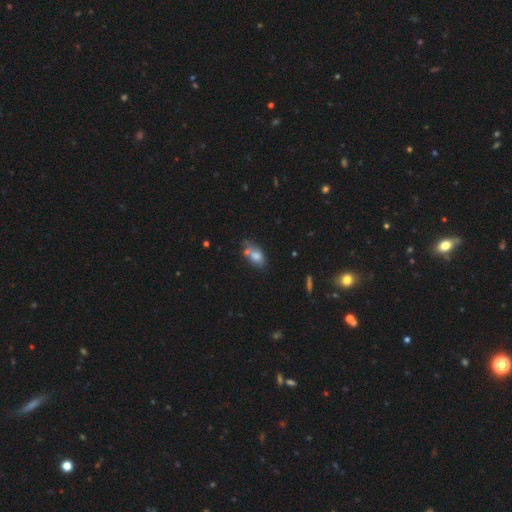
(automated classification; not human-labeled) Morphology: type=smooth (74%); roundness=in between (84%); merging=none (45%).